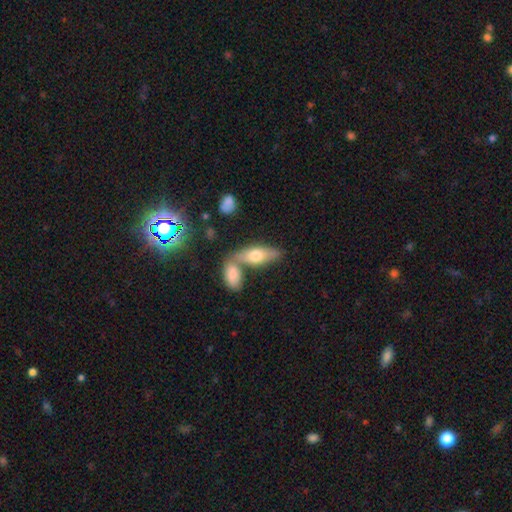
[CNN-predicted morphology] Overall: smooth (61%; featured or disk 32%). How rounded: in between (67%; cigar-shaped 30%). Merging: none (48%; merger 38%).